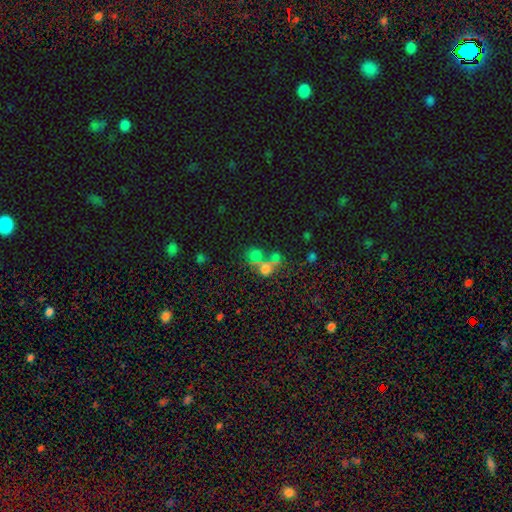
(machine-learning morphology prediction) Smooth or featured? Predicted: smooth (p=0.55). How rounded? Predicted: round (p=0.69). Merging? Predicted: merger (p=0.45).